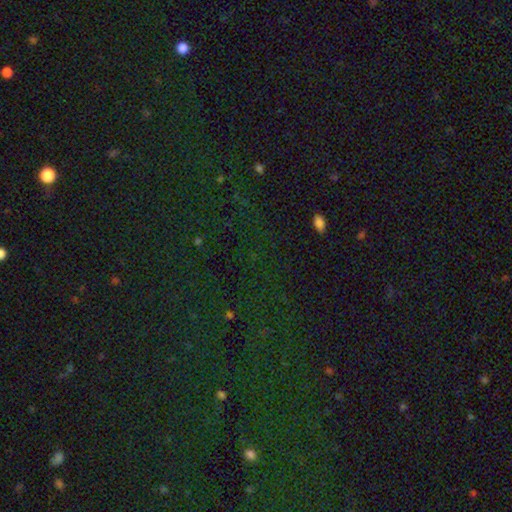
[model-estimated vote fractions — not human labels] This is likely a star or artifact rather than a galaxy (80%).